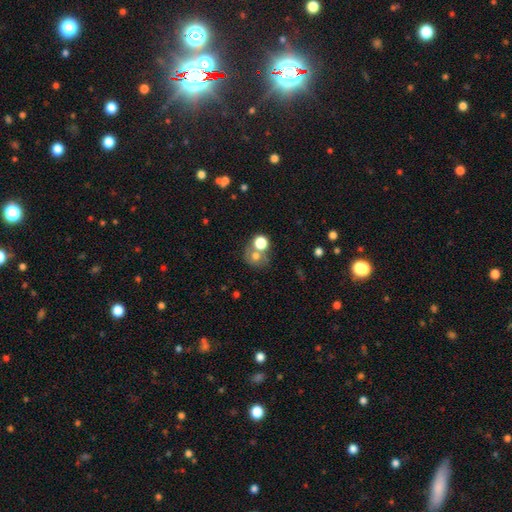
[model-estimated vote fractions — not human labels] Smooth or featured? Predicted: smooth (p=0.65). How rounded? Predicted: round (p=0.76). Merging? Predicted: merger (p=0.41, tied with none).